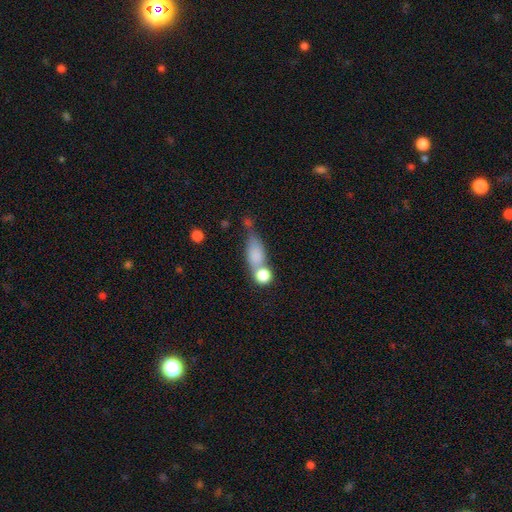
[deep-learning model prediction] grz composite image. It shows a smooth galaxy with no disk features (74%) that is in between round and cigar-shaped (63%). Merging: merger (38%).